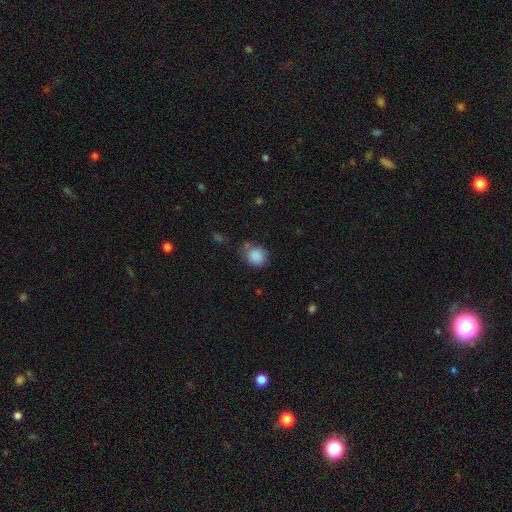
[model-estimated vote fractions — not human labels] Smooth or featured? Predicted: smooth (p=0.86). How rounded? Predicted: round (p=0.78). Merging? Predicted: none (p=0.59).